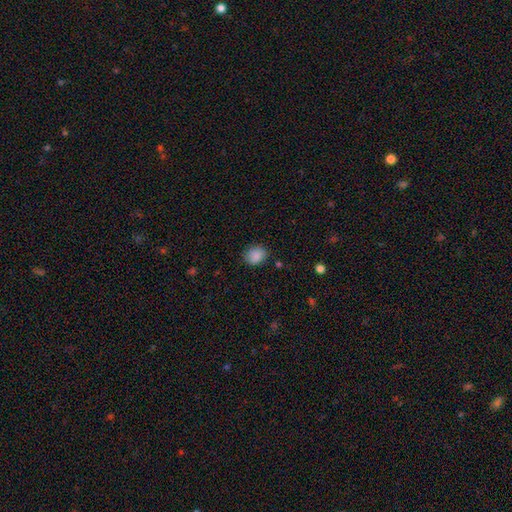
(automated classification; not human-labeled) The model was most divided on "how rounded": round: 50%, in between: 49%, cigar-shaped: 1%. More confident: smooth or featured — smooth (88%); merging — none (79%).